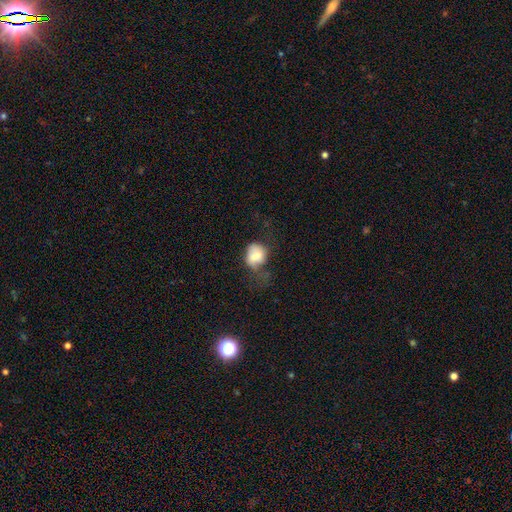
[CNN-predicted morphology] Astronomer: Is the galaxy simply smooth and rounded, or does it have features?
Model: smooth — 68%.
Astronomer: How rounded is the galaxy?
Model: round — 51% (runner-up: in between, 48%).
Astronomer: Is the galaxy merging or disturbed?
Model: major disturbance — 34% (runner-up: minor disturbance, 29%).